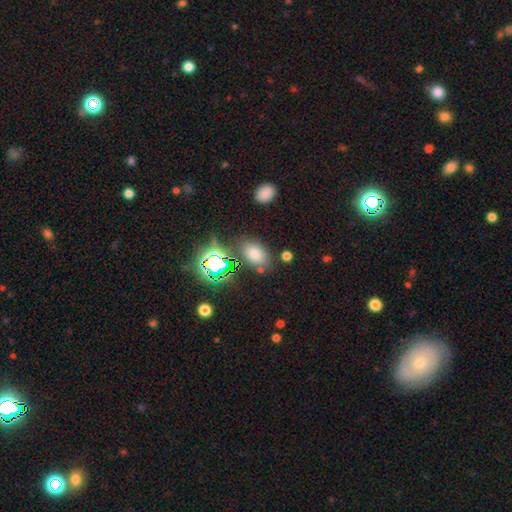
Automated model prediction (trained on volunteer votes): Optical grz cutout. It shows a smooth galaxy with no disk features (70%) that is in between round and cigar-shaped (85%). Merging: none (76%).